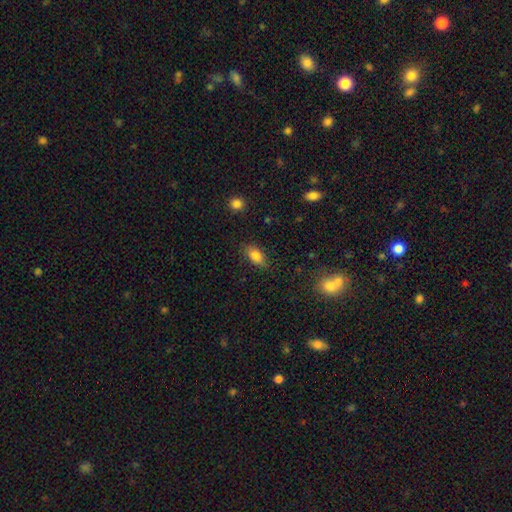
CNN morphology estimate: A smooth galaxy with no disk features (82%) that is in between round and cigar-shaped (87%). Merging: none (84%).